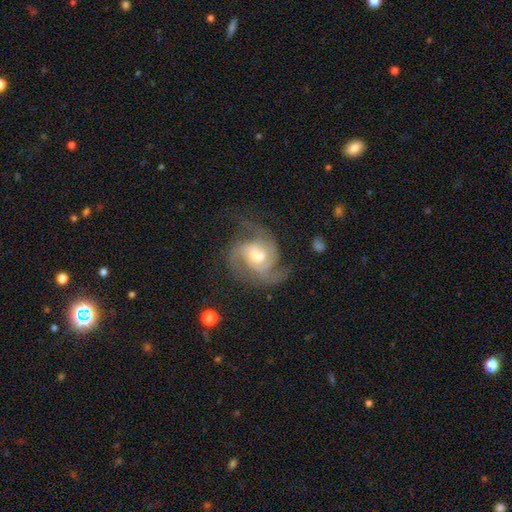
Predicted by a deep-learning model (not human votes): This appears to be a featured or disk galaxy (86%) with a weak bar (46%), 2 (46%) medium (52%) spiral arms (96%) and a moderate central bulge (54%). Merging: none (54%).